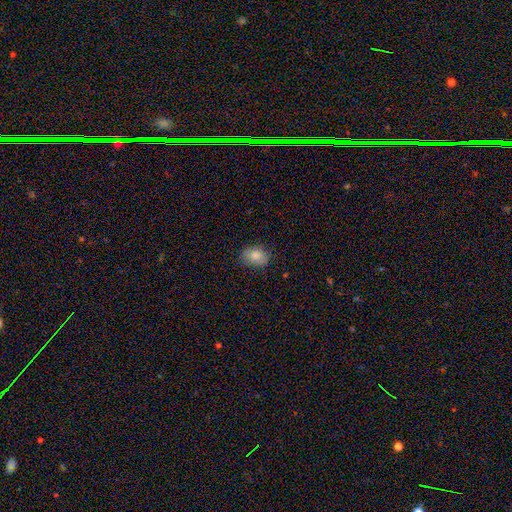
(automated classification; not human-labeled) This is clearly a smooth galaxy (84%). How rounded: likely in between (76%). Merging: likely none (78%).